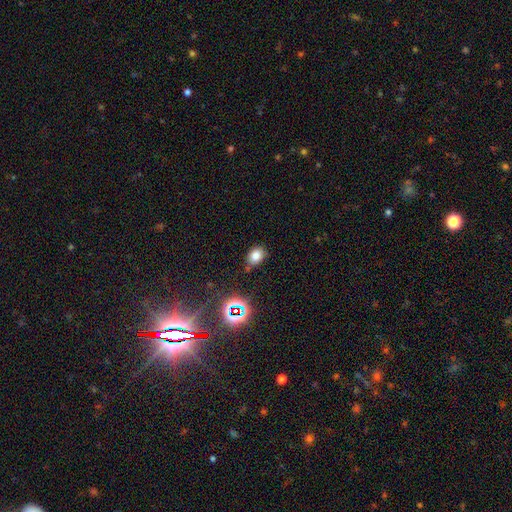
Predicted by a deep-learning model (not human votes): smooth-or-featured: smooth: 75% | star or artifact: 17% | featured or disk: 8%
  how-rounded: in between: 68% | round: 31% | cigar-shaped: 1%
  merging: none: 76% | minor disturbance: 15% | merger: 5% | major disturbance: 4%